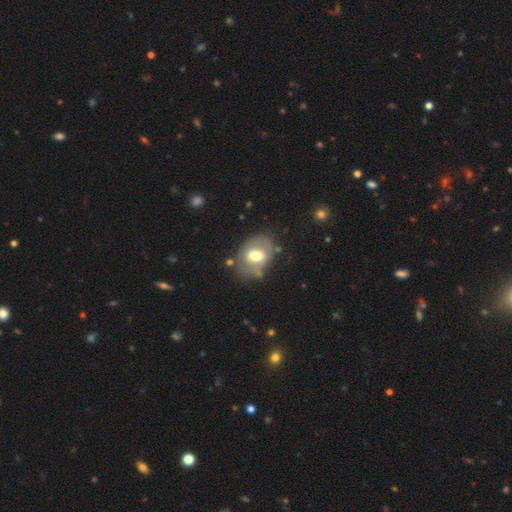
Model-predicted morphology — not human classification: Smooth or featured? smooth (53%)
How rounded? in between (67%)
Merging? none (60%)